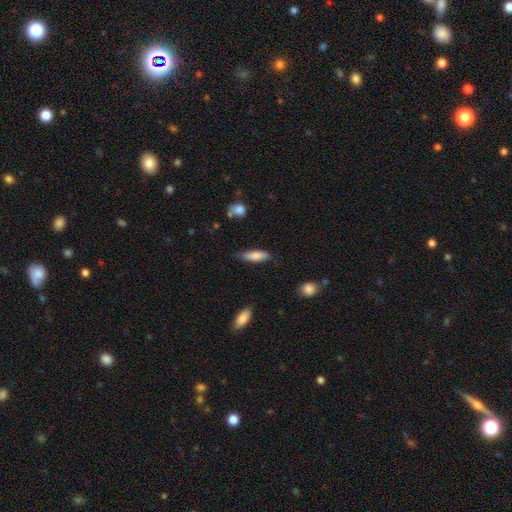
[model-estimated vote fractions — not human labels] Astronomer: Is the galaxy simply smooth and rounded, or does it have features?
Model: smooth — 81%.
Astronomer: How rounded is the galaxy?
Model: in between — 53% (runner-up: cigar-shaped, 45%).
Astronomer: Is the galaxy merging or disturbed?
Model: none — 72%.